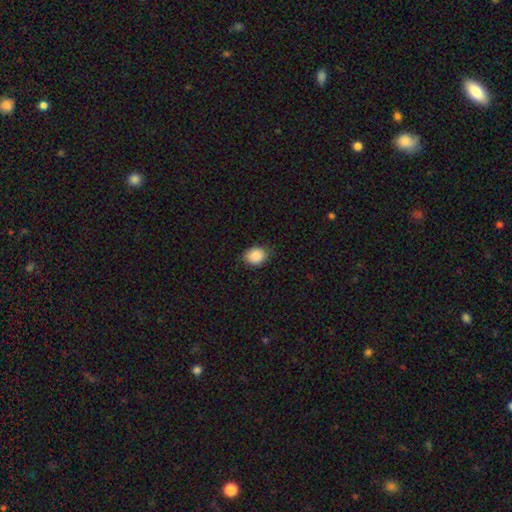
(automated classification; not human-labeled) smooth 89%, star or artifact 8%, featured or disk 3%. Down the decision tree: how rounded — in between (50%); merging — none (80%).